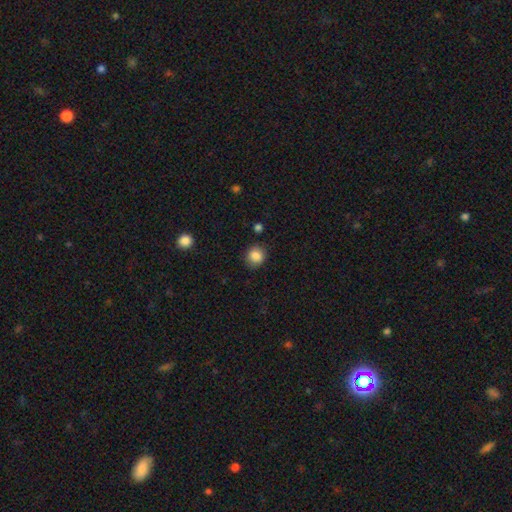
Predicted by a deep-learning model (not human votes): smooth-or-featured: smooth: 86% | star or artifact: 9% | featured or disk: 5%
  how-rounded: round: 78% | in between: 21% | cigar-shaped: 1%
  merging: none: 85% | minor disturbance: 10% | major disturbance: 3% | merger: 2%